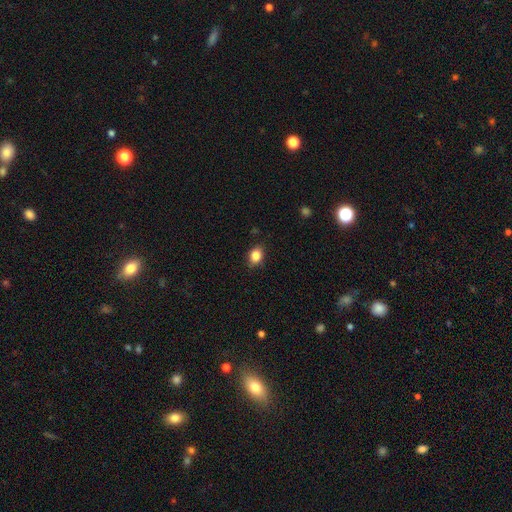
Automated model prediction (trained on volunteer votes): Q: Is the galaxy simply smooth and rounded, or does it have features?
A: smooth — 85%.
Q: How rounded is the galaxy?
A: in between — 67%.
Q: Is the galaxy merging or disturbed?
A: none — 82%.